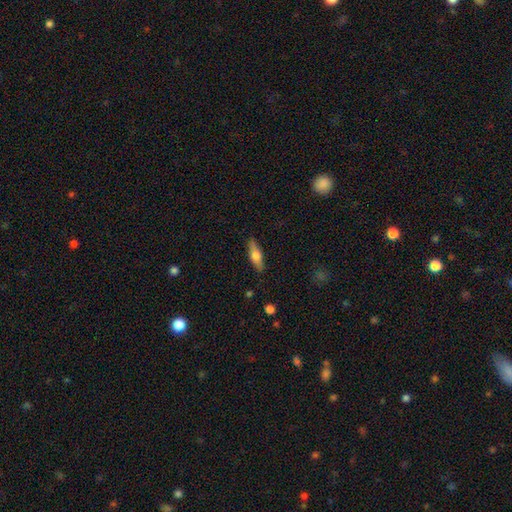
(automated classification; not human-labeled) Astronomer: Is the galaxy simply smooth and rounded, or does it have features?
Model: smooth — 59% (runner-up: featured or disk, 35%).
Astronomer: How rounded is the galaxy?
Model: cigar-shaped — 52% (runner-up: in between, 45%).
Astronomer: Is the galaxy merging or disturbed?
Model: none — 87%.